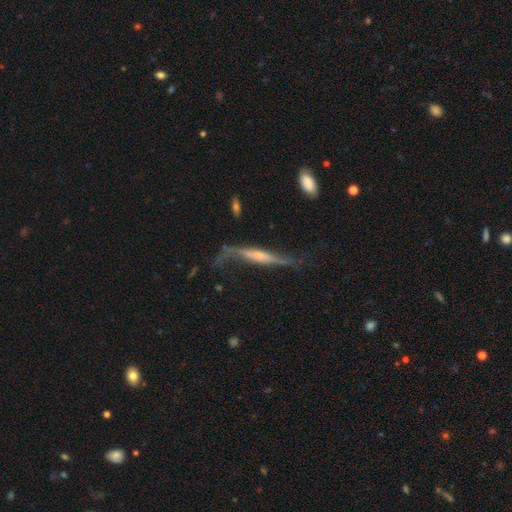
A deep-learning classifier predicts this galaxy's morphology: The model was most divided on "merging": none: 47%, minor disturbance: 25%, major disturbance: 24%, merger: 4%. More confident: smooth or featured — featured or disk (75%); edge-on disk — yes (70%); edge-on bulge — rounded (56%).